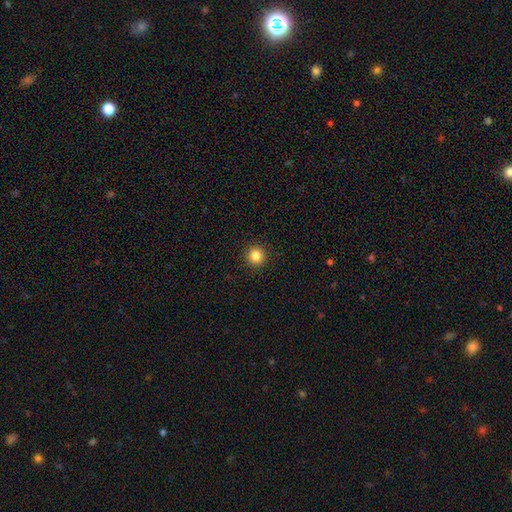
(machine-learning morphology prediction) A smooth galaxy with no disk features (85%) that is round (94%). Merging: none (93%).